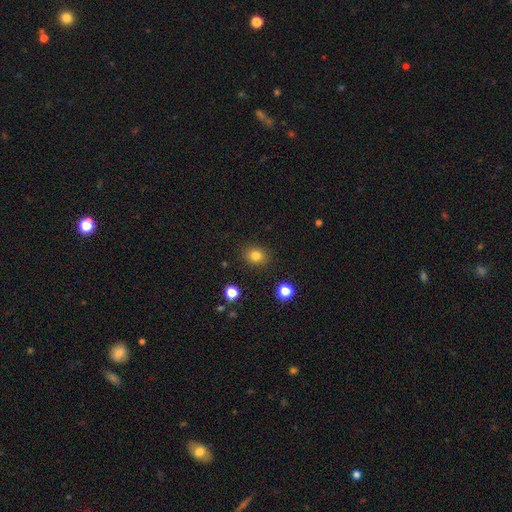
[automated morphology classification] Q: Smooth or featured?
A: smooth (81%); runner-up: star or artifact (13%)
Q: How rounded?
A: round (70%); runner-up: in between (30%)
Q: Merging?
A: none (88%); runner-up: minor disturbance (8%)